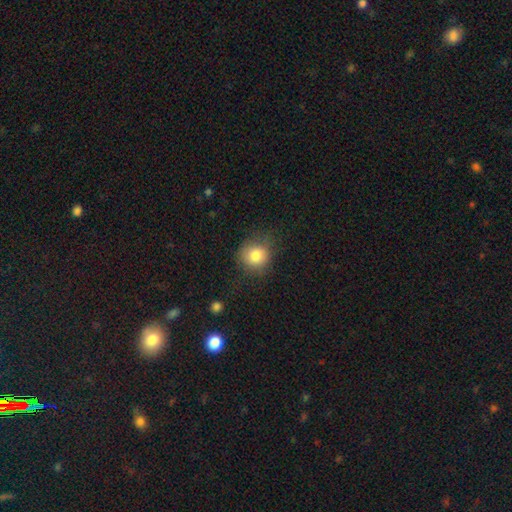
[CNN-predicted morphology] Smooth or featured? Predicted: smooth (p=0.82). How rounded? Predicted: round (p=0.85). Merging? Predicted: none (p=0.73).